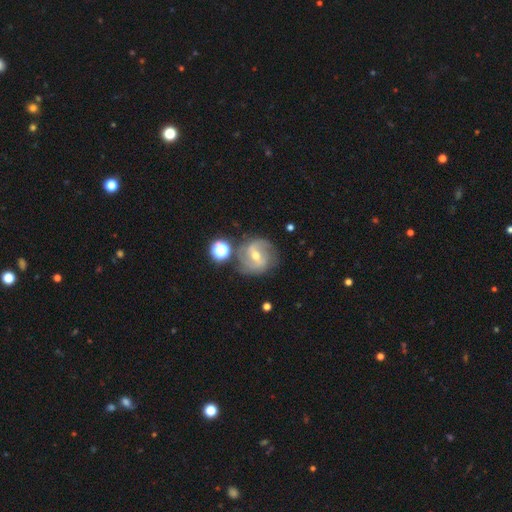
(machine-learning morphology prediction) type=featured or disk (79%); edge-on=no (97%); bar=weak (47%); spiral arms=yes (92%); winding=medium (48%); arm count=2 (75%); bulge=moderate (51%); merging=none (75%).